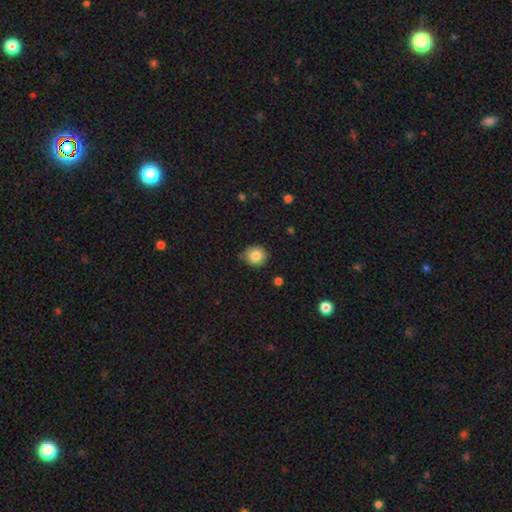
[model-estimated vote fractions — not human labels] smooth 83%, star or artifact 9%, featured or disk 7%. Down the decision tree: how rounded — round (85%); merging — none (82%).